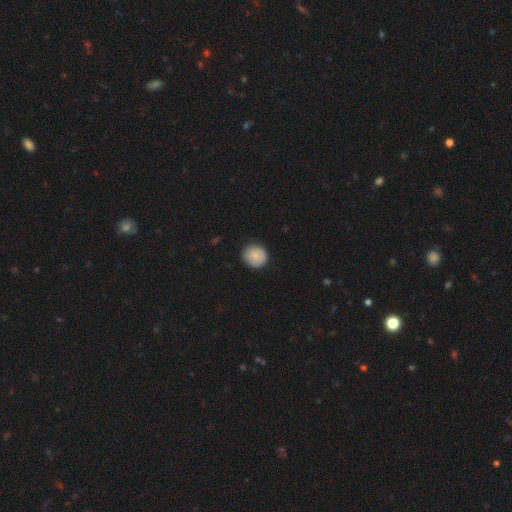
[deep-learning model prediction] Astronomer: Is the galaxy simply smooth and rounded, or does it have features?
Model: smooth — 85%.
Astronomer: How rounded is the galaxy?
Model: round — 89%.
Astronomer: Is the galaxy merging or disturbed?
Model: none — 86%.